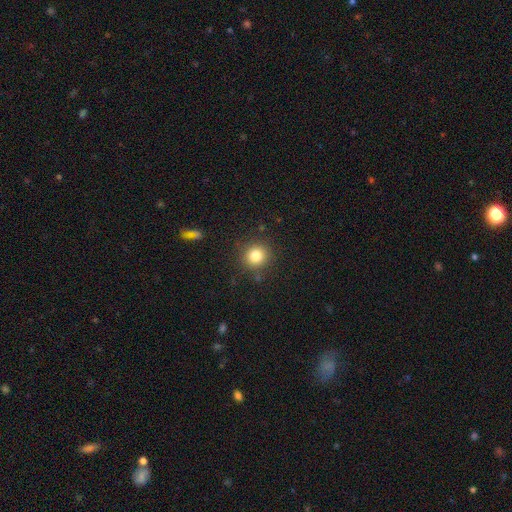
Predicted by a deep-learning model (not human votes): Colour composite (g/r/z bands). It shows a smooth galaxy with no disk features (82%) that is round (90%). Merging: none (87%).